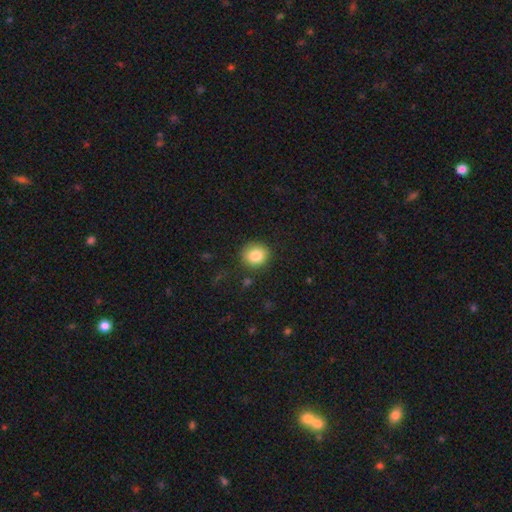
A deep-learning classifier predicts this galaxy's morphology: smooth_or_featured: smooth (p=0.84) [alt: star or artifact p=0.09]
how_rounded: round (p=0.86) [alt: in between p=0.14]
merging: none (p=0.88) [alt: minor disturbance p=0.08]